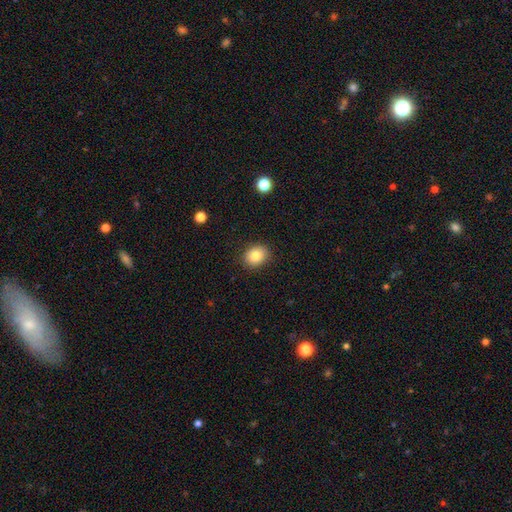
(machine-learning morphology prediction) A smooth galaxy with no disk features (82%) that is round (58%). Merging: none (89%).